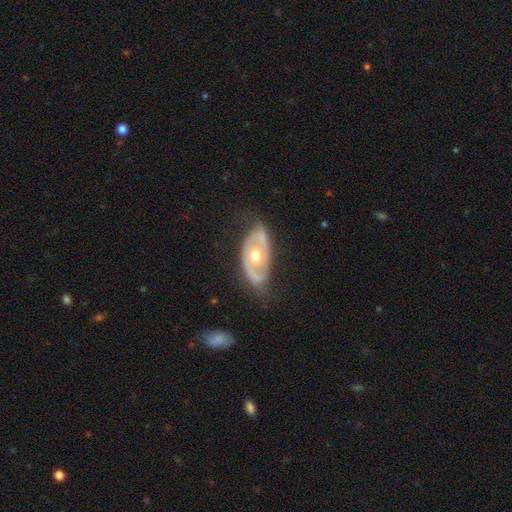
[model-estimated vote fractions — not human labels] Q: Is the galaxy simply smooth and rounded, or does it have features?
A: featured or disk — 74%.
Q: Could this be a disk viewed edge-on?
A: no — 90%.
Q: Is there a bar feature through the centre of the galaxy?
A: no — 78%.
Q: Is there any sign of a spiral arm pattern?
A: yes — 56%.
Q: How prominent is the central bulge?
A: moderate — 77%.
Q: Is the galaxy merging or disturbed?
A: none — 65%.